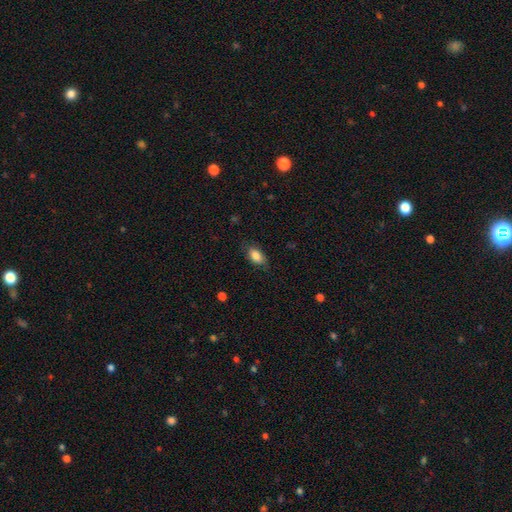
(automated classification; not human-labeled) Overall: smooth (84%). How rounded: in between (90%). Merging: none (78%).